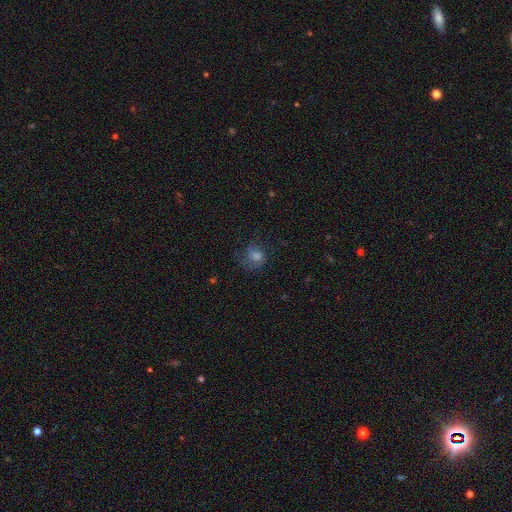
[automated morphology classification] type=smooth (51%); roundness=round (67%); merging=none (59%).